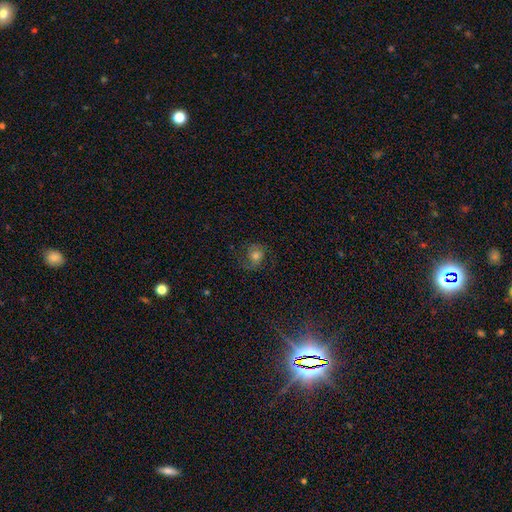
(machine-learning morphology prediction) featured or disk 47%, smooth 37%, star or artifact 17%. Down the decision tree: merging — none (64%).